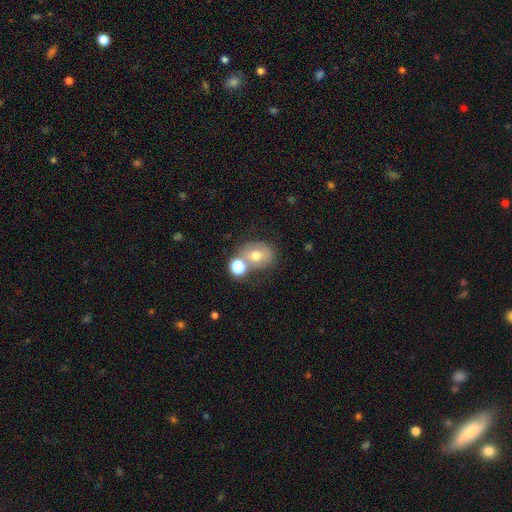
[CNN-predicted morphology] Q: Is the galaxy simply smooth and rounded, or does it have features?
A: smooth — 61%.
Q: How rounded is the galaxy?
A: round — 56%.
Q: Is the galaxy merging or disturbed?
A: none — 50%.